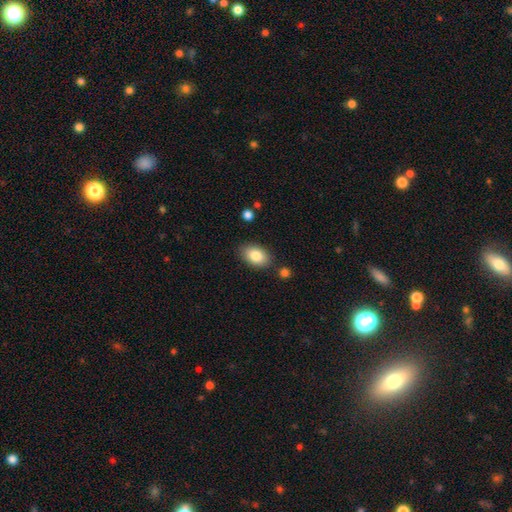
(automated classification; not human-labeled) A smooth galaxy with no disk features (85%) that is in between round and cigar-shaped (90%). Merging: none (82%).